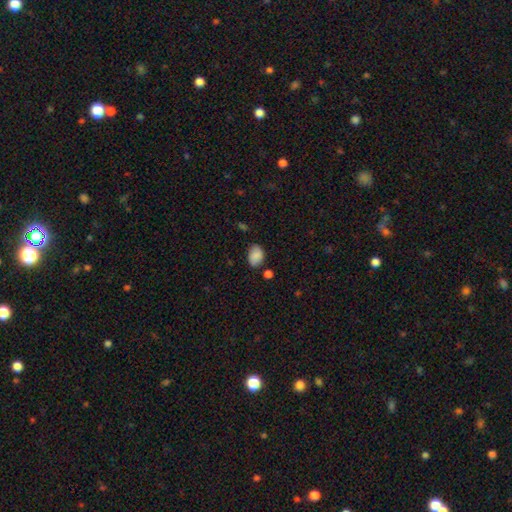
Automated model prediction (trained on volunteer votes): Smooth or featured: smooth — 85% (star or artifact — 8%)
How rounded: in between — 81% (round — 18%)
Merging: none — 73% (minor disturbance — 19%)